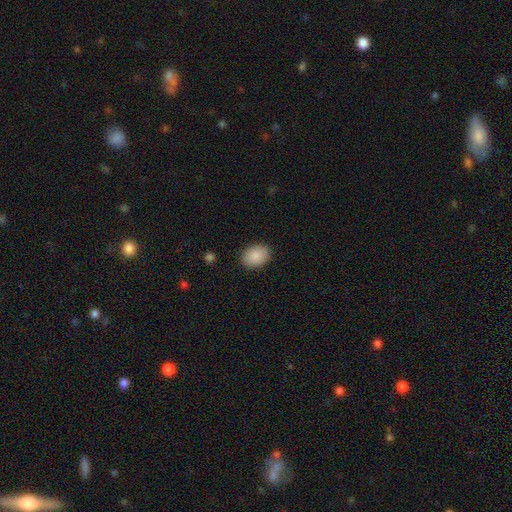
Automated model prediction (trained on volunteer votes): Smooth or featured: smooth — 89% (star or artifact — 7%)
How rounded: in between — 74% (round — 25%)
Merging: none — 88% (minor disturbance — 8%)